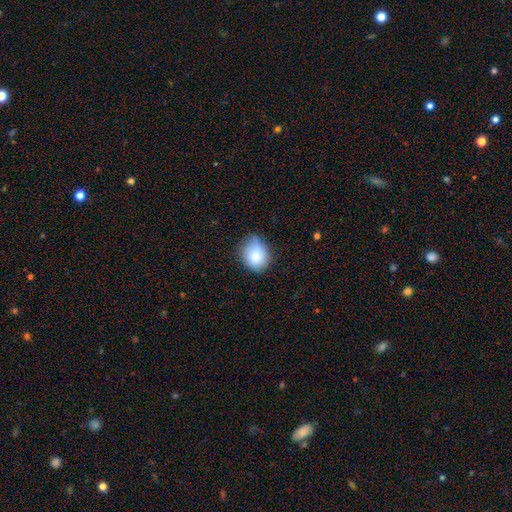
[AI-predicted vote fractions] The model was most divided on "how rounded": round: 58%, in between: 41%, cigar-shaped: 1%. More confident: smooth or featured — smooth (82%); merging — none (54%).